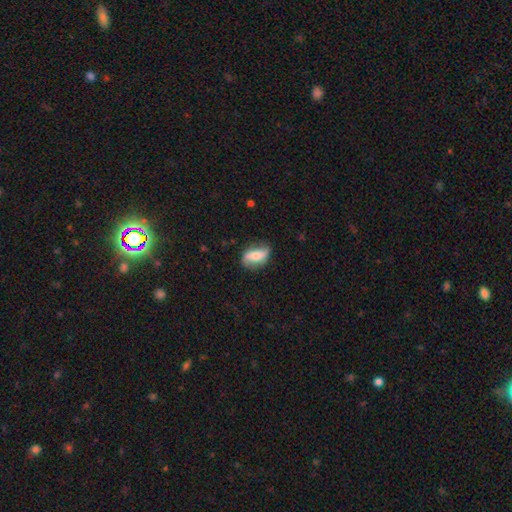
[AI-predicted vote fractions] Smooth or featured? smooth (47%)
Merging? none (73%)